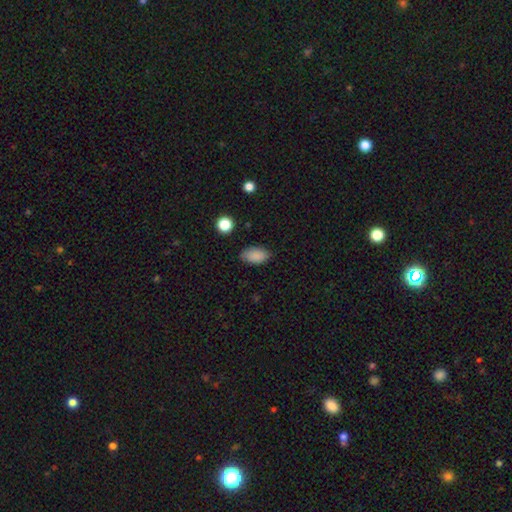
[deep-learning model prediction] Q: Smooth or featured?
A: smooth (87%); runner-up: star or artifact (8%)
Q: How rounded?
A: in between (92%); runner-up: round (6%)
Q: Merging?
A: none (82%); runner-up: minor disturbance (14%)